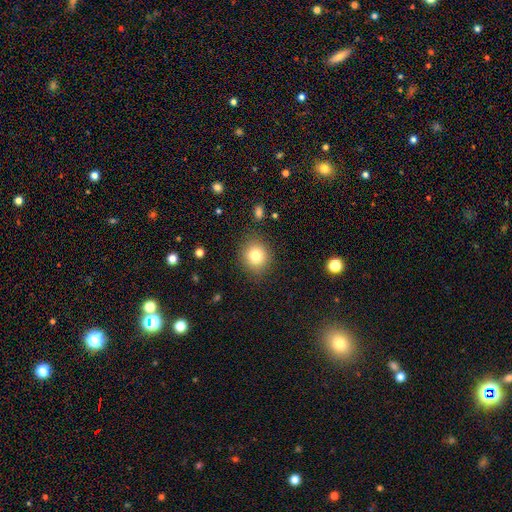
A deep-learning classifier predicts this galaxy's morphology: smooth-or-featured: smooth: 80% | star or artifact: 11% | featured or disk: 9%
  how-rounded: round: 80% | in between: 19% | cigar-shaped: 1%
  merging: none: 87% | minor disturbance: 9% | major disturbance: 3% | merger: 2%